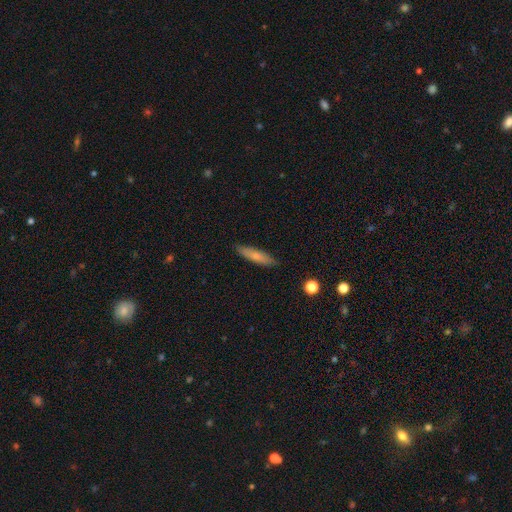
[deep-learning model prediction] Smooth or featured: smooth — 73% (featured or disk — 20%)
How rounded: cigar-shaped — 79% (in between — 19%)
Merging: none — 87% (minor disturbance — 10%)